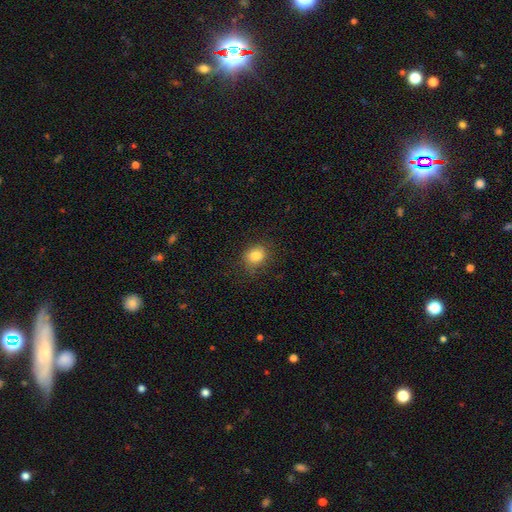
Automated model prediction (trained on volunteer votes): smooth-or-featured: smooth: 83% | star or artifact: 11% | featured or disk: 7%
  how-rounded: round: 60% | in between: 39% | cigar-shaped: 1%
  merging: none: 81% | minor disturbance: 14% | major disturbance: 4% | merger: 1%